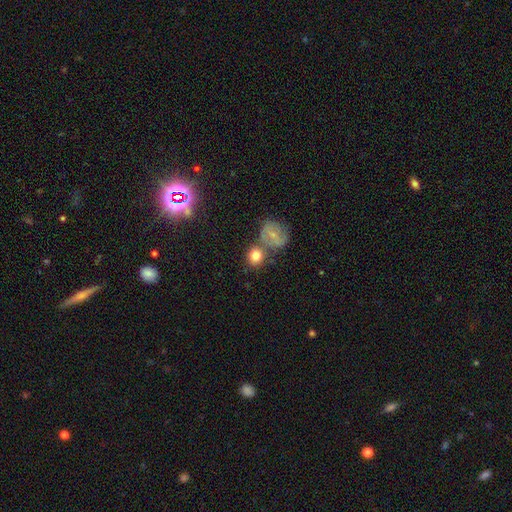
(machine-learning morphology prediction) smooth-or-featured: smooth: 79% | featured or disk: 13% | star or artifact: 9%
  how-rounded: round: 82% | in between: 17% | cigar-shaped: 1%
  merging: none: 58% | merger: 26% | minor disturbance: 12% | major disturbance: 5%